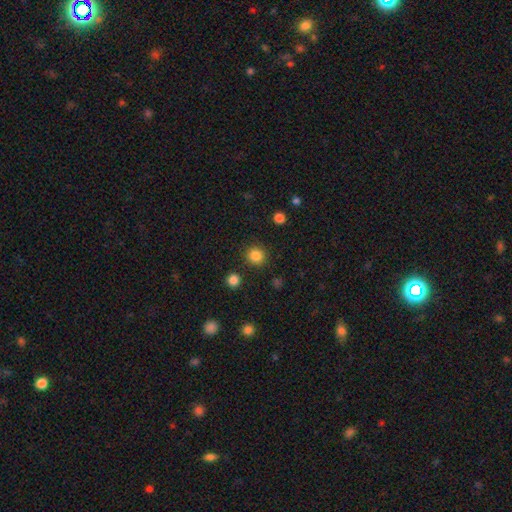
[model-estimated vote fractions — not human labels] A smooth galaxy with no disk features (84%) that is round (92%).

Vote fractions:
- Smooth or featured? smooth: 84% / star or artifact: 12% / featured or disk: 4%
- How rounded? round: 92% / in between: 7% / cigar-shaped: 1%
- Merging? none: 89% / minor disturbance: 6% / major disturbance: 3% / merger: 2%